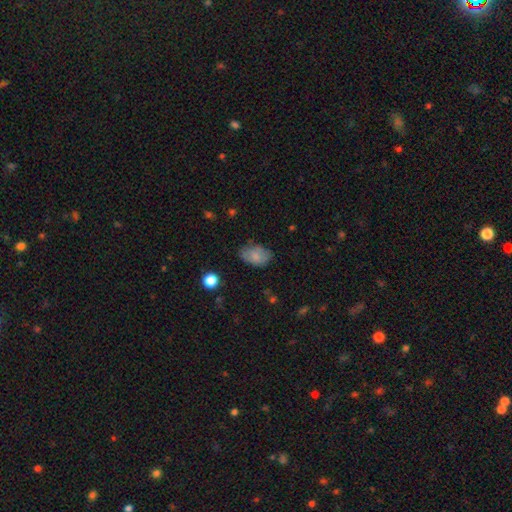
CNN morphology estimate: Smooth or featured? smooth (79%)
How rounded? in between (89%)
Merging? none (69%)